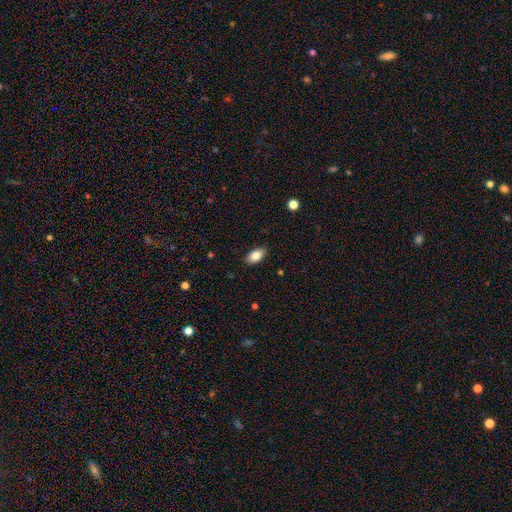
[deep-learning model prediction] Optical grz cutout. It shows a smooth galaxy with no disk features (84%) that is in between round and cigar-shaped (92%). Merging: none (87%).